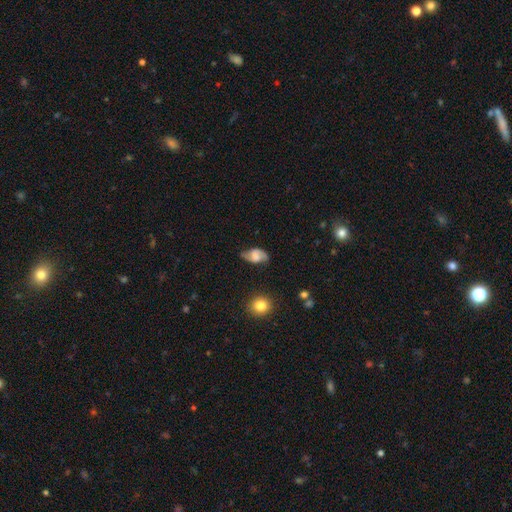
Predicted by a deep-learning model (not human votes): Smooth or featured: featured or disk — 54% (smooth — 37%)
Edge-on disk: no — 95% (yes — 5%)
Bar: weak — 45% (no — 38%)
Spiral arms: yes — 86% (no — 14%)
Bulge size: none — 39% (small — 23%)
Merging: none — 61% (minor disturbance — 27%)